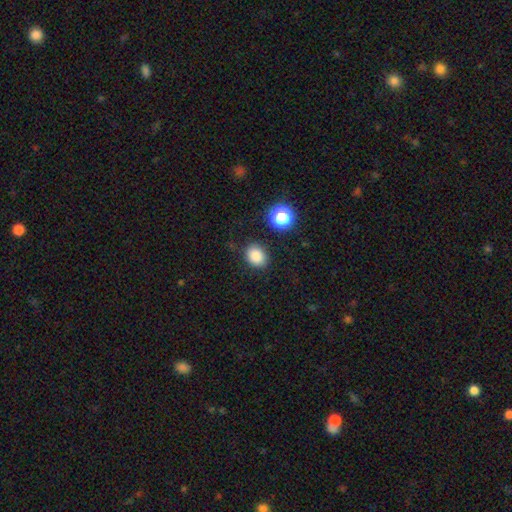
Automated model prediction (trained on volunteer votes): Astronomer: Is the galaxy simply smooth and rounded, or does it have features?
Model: smooth — 84%.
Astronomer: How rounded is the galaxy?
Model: in between — 52% (runner-up: round, 47%).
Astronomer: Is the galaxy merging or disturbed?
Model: none — 85%.